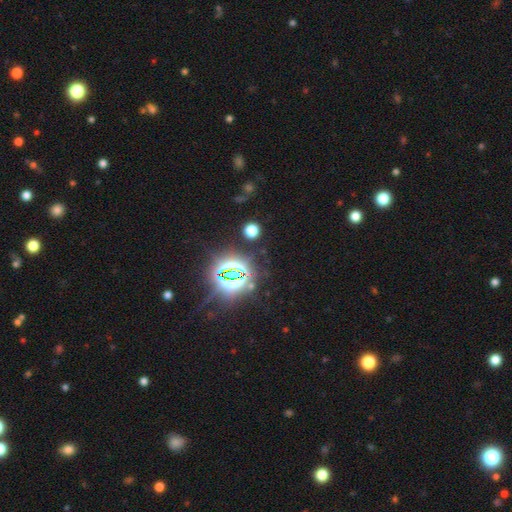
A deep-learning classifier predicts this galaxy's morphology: Overall: star or artifact (83%).